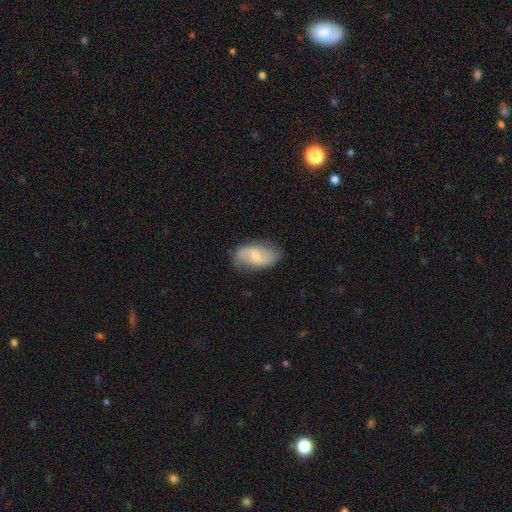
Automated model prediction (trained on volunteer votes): A featured or disk galaxy (63%) with a weak bar (55%), 2 (86%) loose (62%) spiral arms (85%) and a small central bulge (52%). Merging: none (74%).